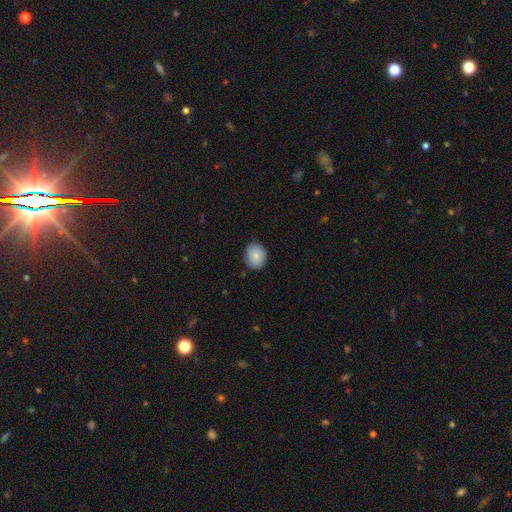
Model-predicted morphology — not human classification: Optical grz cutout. It shows a smooth galaxy with no disk features (86%) that is round (64%). Merging: none (81%).